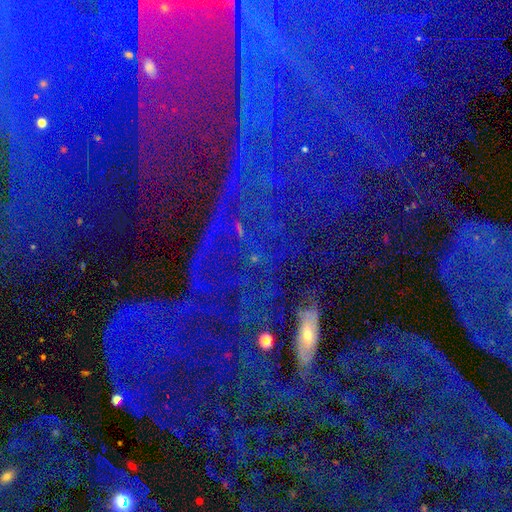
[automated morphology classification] star or artifact 83%, featured or disk 8%, smooth 8%.